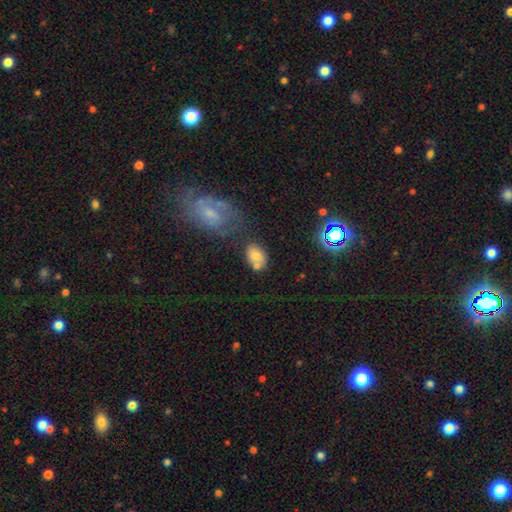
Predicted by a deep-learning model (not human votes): smooth_or_featured: smooth (p=0.72) [alt: featured or disk p=0.17]
how_rounded: in between (p=0.80) [alt: round p=0.19]
merging: none (p=0.54) [alt: merger p=0.23]